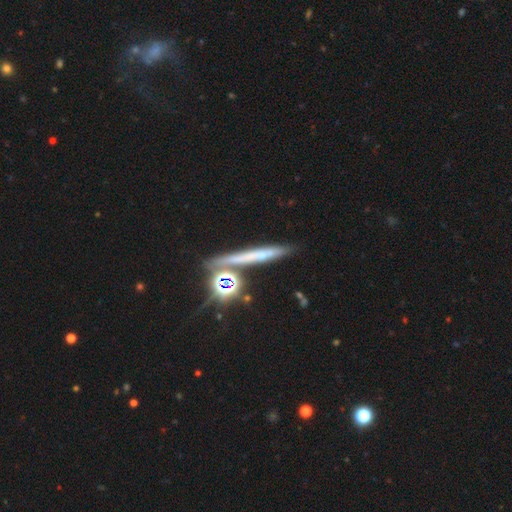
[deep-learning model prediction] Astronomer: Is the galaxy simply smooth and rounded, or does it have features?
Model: featured or disk — 35% (runner-up: star or artifact, 34%).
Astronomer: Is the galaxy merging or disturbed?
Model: none — 73%.